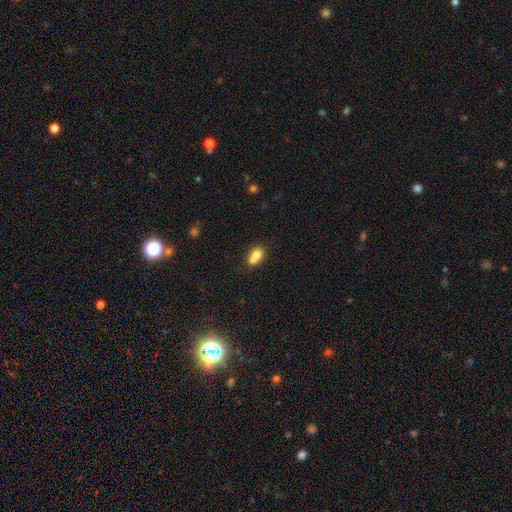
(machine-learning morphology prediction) smooth-or-featured: smooth: 74% | featured or disk: 16% | star or artifact: 11%
  how-rounded: round: 54% | in between: 44% | cigar-shaped: 1%
  merging: merger: 57% | none: 31% | minor disturbance: 9% | major disturbance: 3%